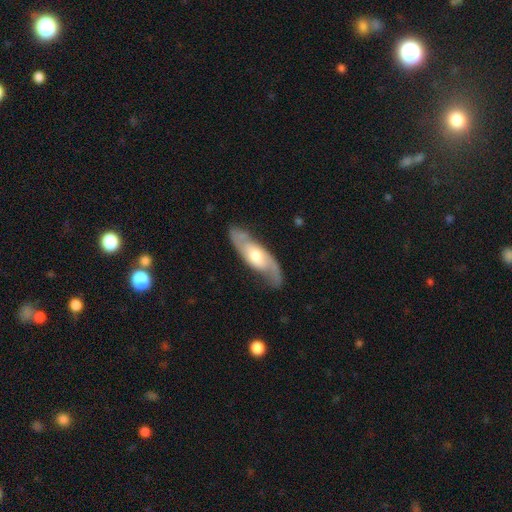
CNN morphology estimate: smooth-or-featured: featured or disk: 78% | smooth: 18% | star or artifact: 4%
  disk-edge-on: no: 82% | yes: 18%
    bar: no: 62% | weak: 30% | strong: 7%
    has-spiral-arms: yes: 92% | no: 8%
      spiral-winding: medium: 46% | loose: 31% | tight: 23%
      spiral-arm-count: 2: 85% | can't tell: 8% | 1: 4% | 3: 1% | 4: 1% | more than 4: 1%
    bulge-size: moderate: 65% | small: 18% | large: 14% | none: 2% | dominant: 1%
  merging: none: 77% | minor disturbance: 16% | major disturbance: 5% | merger: 2%